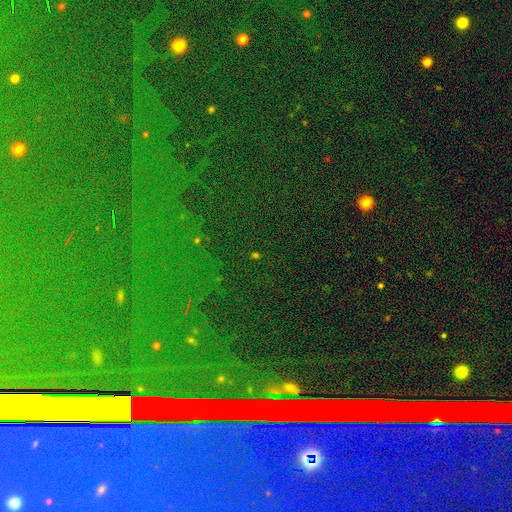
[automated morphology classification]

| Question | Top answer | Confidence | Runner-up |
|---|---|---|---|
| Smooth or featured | star or artifact | 77% | smooth (14%) |